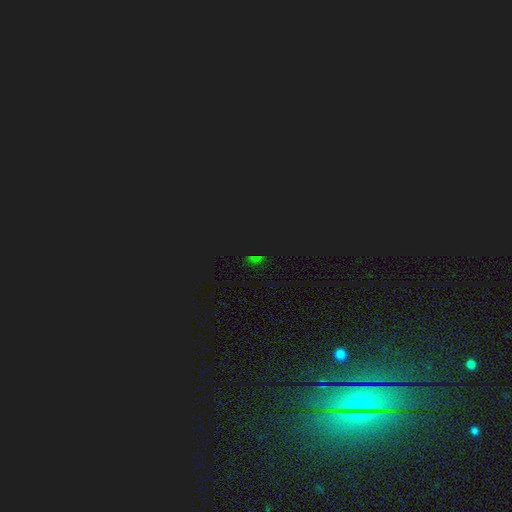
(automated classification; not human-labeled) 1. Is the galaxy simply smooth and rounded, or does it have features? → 68% star or artifact, 25% smooth, 7% featured or disk.